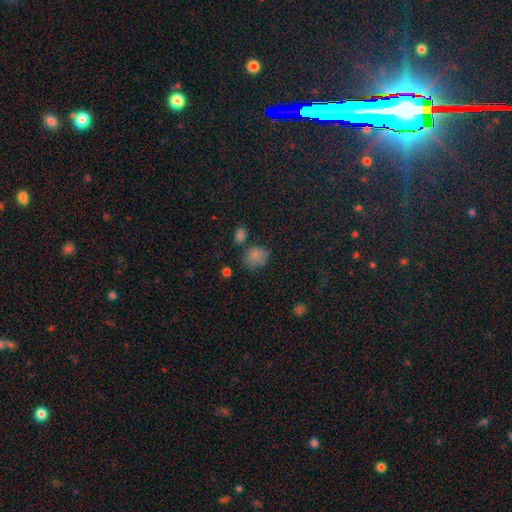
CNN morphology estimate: Smooth or featured? Predicted: smooth (p=0.76). How rounded? Predicted: round (p=0.56). Merging? Predicted: none (p=0.54).